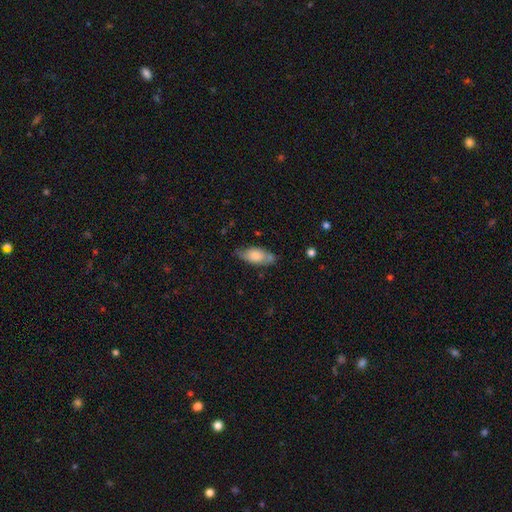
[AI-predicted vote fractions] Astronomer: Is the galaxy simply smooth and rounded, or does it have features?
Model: smooth — 68%.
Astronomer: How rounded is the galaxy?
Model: in between — 85%.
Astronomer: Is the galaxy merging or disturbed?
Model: none — 62%.